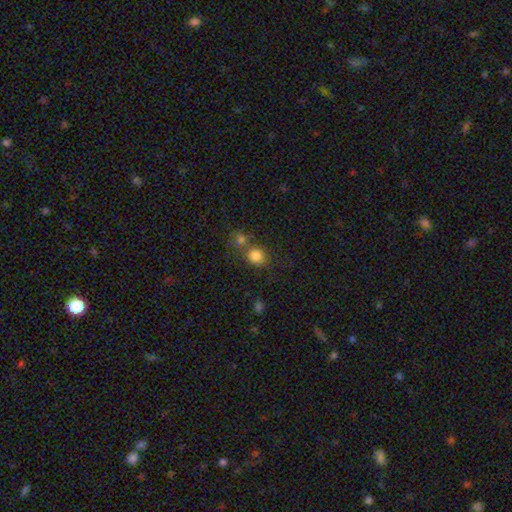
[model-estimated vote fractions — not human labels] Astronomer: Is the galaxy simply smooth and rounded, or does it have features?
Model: smooth — 81%.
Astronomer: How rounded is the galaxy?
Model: round — 78%.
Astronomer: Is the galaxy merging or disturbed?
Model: none — 61%.